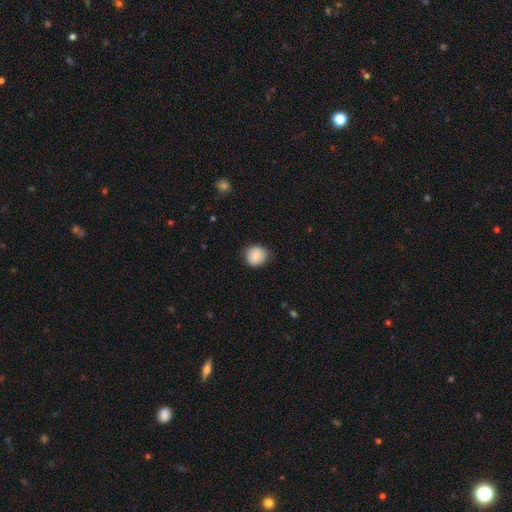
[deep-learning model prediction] smooth 85%, featured or disk 8%, star or artifact 8%. Down the decision tree: how rounded — round (83%); merging — none (81%).